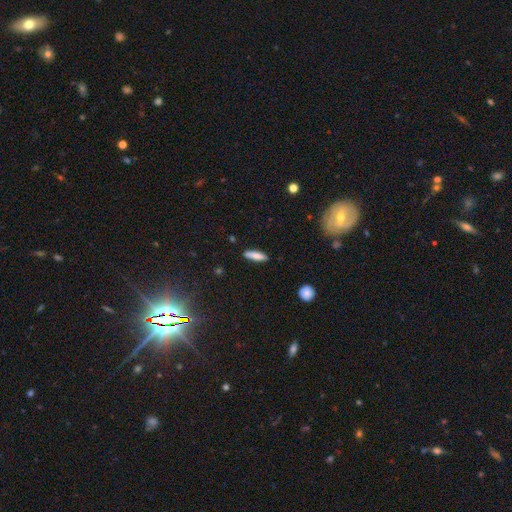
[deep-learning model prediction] smooth 78%, featured or disk 16%, star or artifact 7%. Down the decision tree: how rounded — cigar-shaped (73%); merging — none (87%).